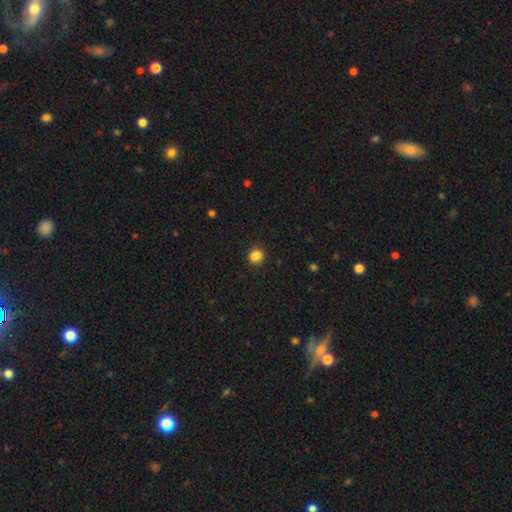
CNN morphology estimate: type=smooth (84%); roundness=round (76%); merging=none (81%).